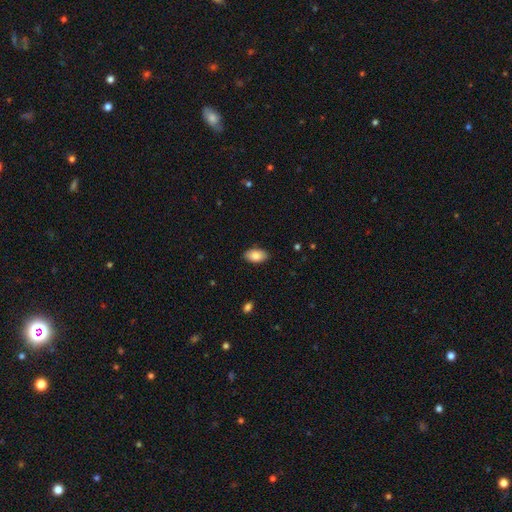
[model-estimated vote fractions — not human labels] smooth_or_featured: smooth (p=0.86) [alt: featured or disk p=0.07]
how_rounded: in between (p=0.94) [alt: round p=0.04]
merging: none (p=0.87) [alt: minor disturbance p=0.10]